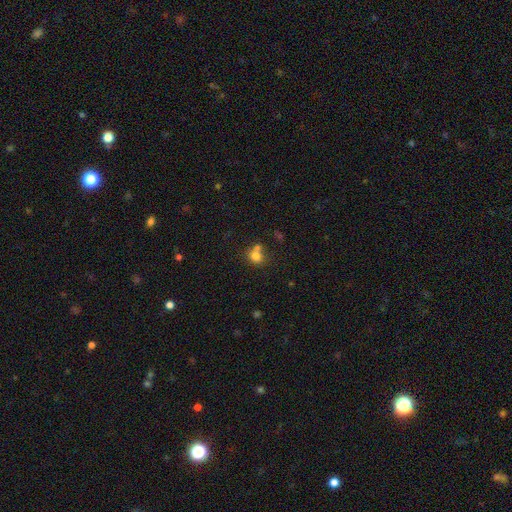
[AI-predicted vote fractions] Smooth or featured? Predicted: smooth (p=0.76). How rounded? Predicted: round (p=0.73). Merging? Predicted: none (p=0.43).